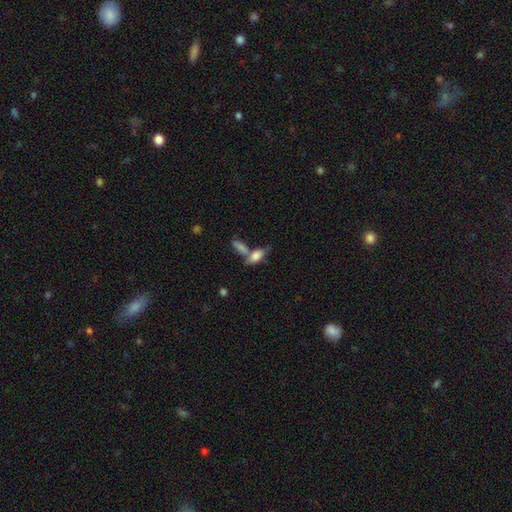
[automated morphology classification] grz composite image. It shows a smooth galaxy with no disk features (74%) that is in between round and cigar-shaped (81%). Merging: merger (44%).